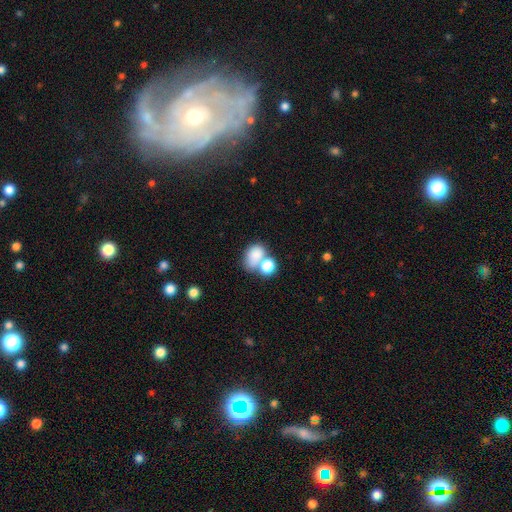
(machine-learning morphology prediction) Smooth or featured? smooth (78%)
How rounded? in between (68%)
Merging? merger (52%)